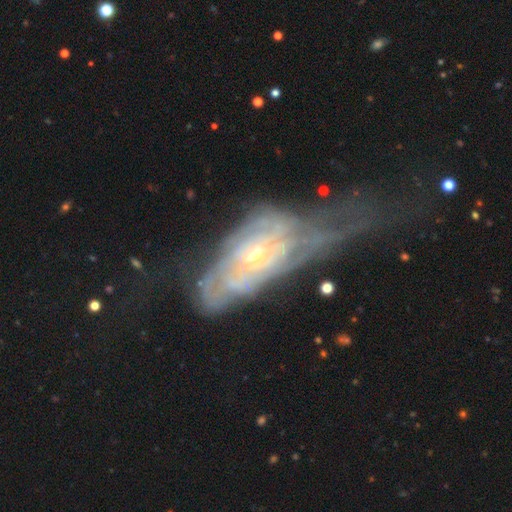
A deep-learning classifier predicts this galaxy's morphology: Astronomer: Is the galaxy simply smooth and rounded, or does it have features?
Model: featured or disk — 77%.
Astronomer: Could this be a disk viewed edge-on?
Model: no — 90%.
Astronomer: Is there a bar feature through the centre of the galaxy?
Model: no — 73%.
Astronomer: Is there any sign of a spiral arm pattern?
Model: yes — 76%.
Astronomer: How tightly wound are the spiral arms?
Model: tight — 64%.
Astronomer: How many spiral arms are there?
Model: can't tell — 60%.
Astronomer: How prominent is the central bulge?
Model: small — 62%.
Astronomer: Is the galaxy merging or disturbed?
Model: major disturbance — 50%.